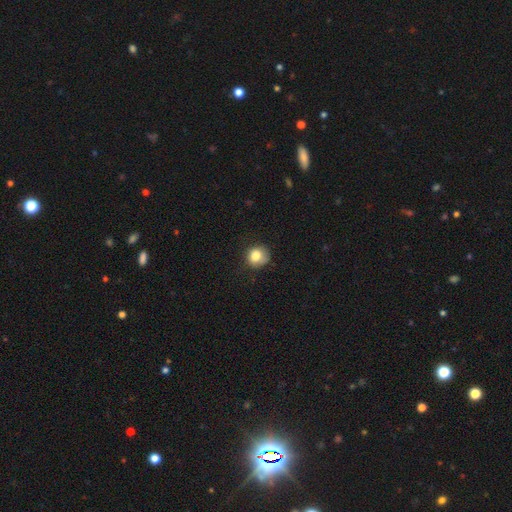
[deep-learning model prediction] Smooth or featured?
  - smooth: 80% *
  - featured or disk: 11%
  - star or artifact: 10%
How rounded?
  - round: 80% *
  - in between: 19%
  - cigar-shaped: 1%
Merging?
  - none: 62% *
  - minor disturbance: 28%
  - major disturbance: 9%
  - merger: 2%